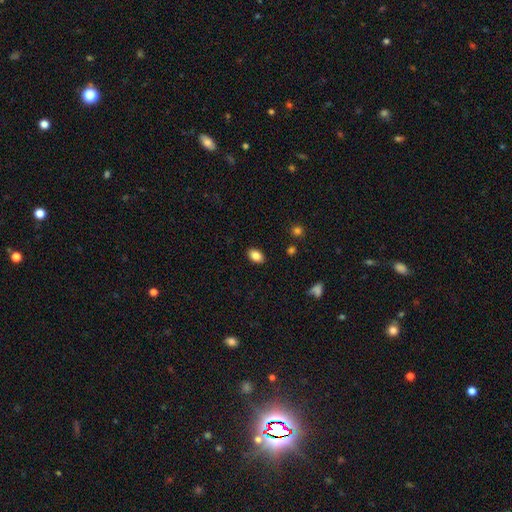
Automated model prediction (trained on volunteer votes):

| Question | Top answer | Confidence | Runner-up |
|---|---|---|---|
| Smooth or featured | smooth | 85% | star or artifact (9%) |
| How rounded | in between | 88% | round (10%) |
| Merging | none | 88% | minor disturbance (9%) |